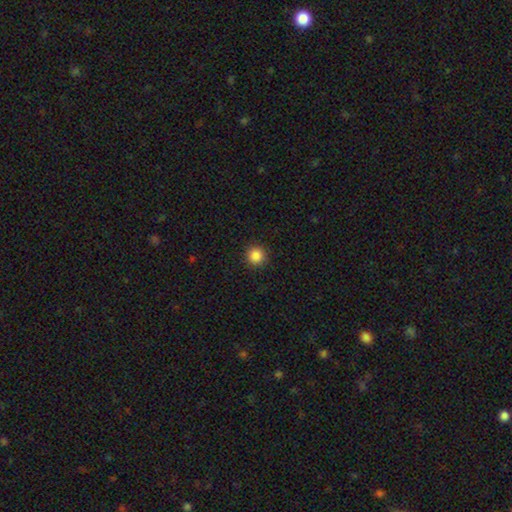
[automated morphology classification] A smooth galaxy with no disk features (86%) that is round (95%). Merging: none (91%).